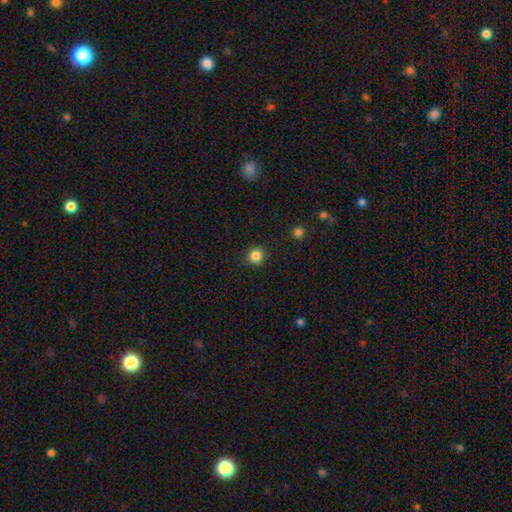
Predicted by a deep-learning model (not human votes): The model was most divided on "smooth or featured": smooth: 85%, star or artifact: 12%, featured or disk: 4%. More confident: how rounded — round (92%); merging — none (91%).